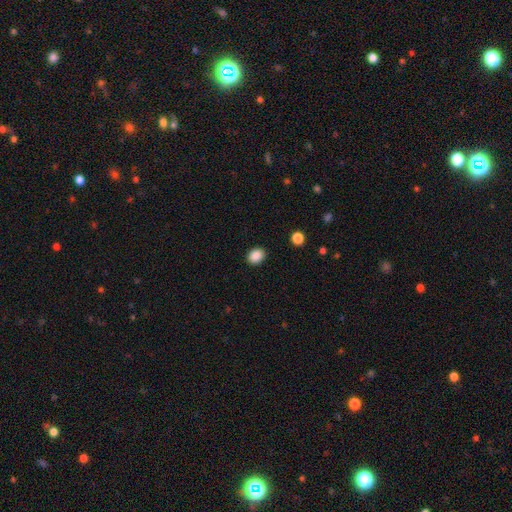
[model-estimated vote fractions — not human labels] Overall: smooth (88%). How rounded: in between (56%; round 43%). Merging: none (89%).